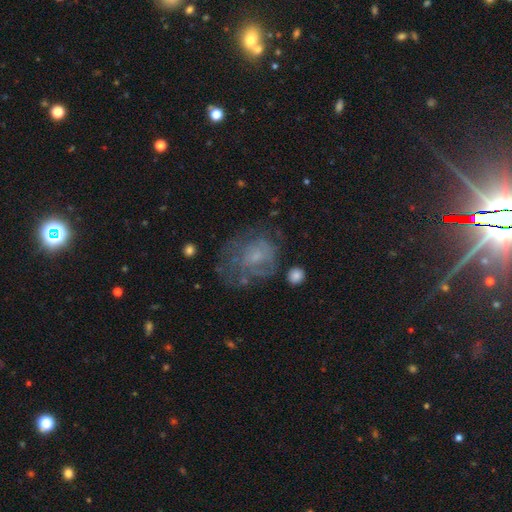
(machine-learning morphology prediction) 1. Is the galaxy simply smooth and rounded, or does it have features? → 51% featured or disk, 36% smooth, 14% star or artifact.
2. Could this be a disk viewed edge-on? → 97% no, 3% yes.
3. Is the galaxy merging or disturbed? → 44% none, 29% major disturbance, 22% minor disturbance, 5% merger.